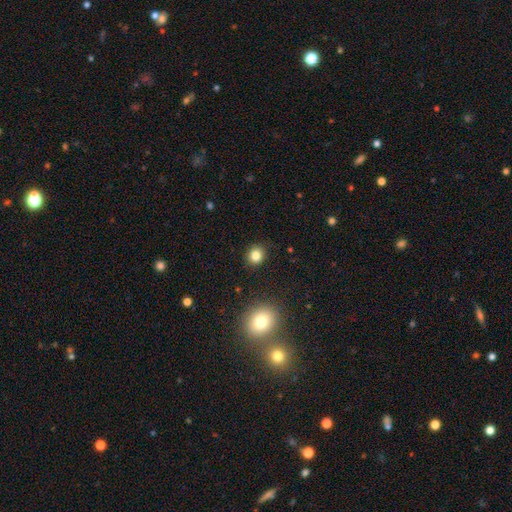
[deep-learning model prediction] Q: Smooth or featured?
A: smooth (83%); runner-up: star or artifact (12%)
Q: How rounded?
A: round (79%); runner-up: in between (21%)
Q: Merging?
A: none (89%); runner-up: minor disturbance (7%)